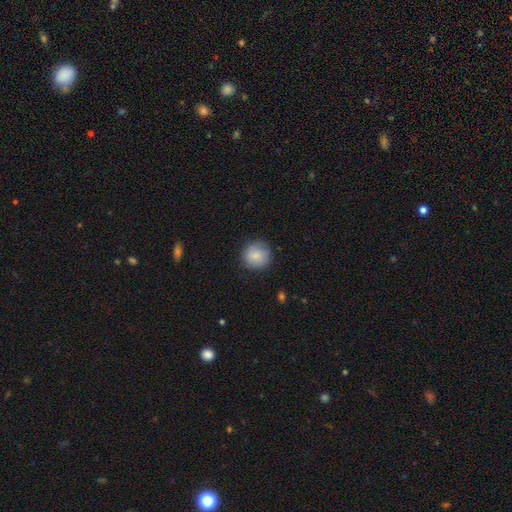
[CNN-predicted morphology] Overall: smooth (82%). How rounded: round (92%). Merging: none (81%).